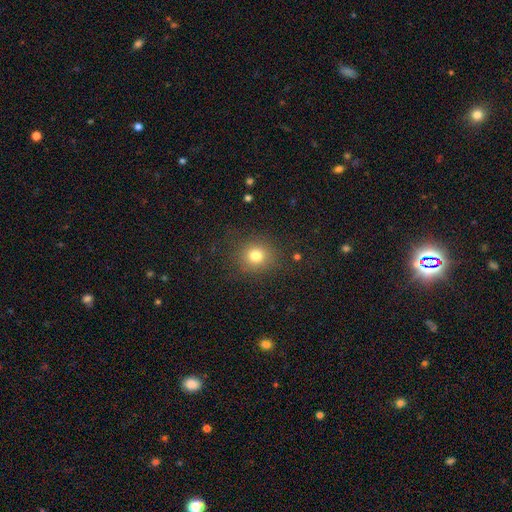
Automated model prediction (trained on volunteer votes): This is likely a smooth galaxy (77%). How rounded: clearly round (84%). Merging: clearly none (84%).